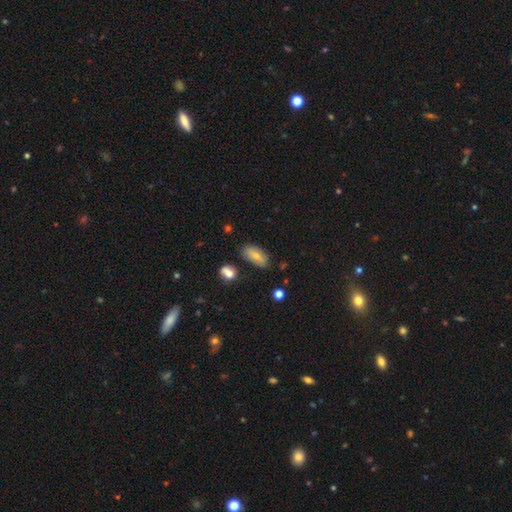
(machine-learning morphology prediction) Overall: smooth (68%). How rounded: in between (89%). Merging: none (69%).